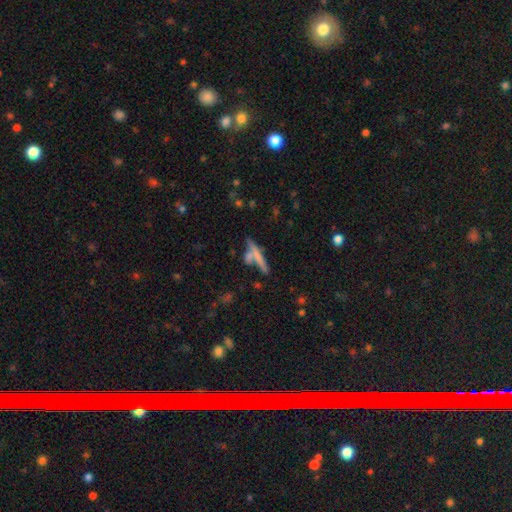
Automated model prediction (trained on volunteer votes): A smooth galaxy with no disk features (55%) that is cigar-shaped (89%).

Vote fractions:
- Smooth or featured? smooth: 55% / featured or disk: 36% / star or artifact: 10%
- How rounded? cigar-shaped: 89% / in between: 8% / round: 3%
- Merging? none: 55% / merger: 30% / minor disturbance: 11% / major disturbance: 5%